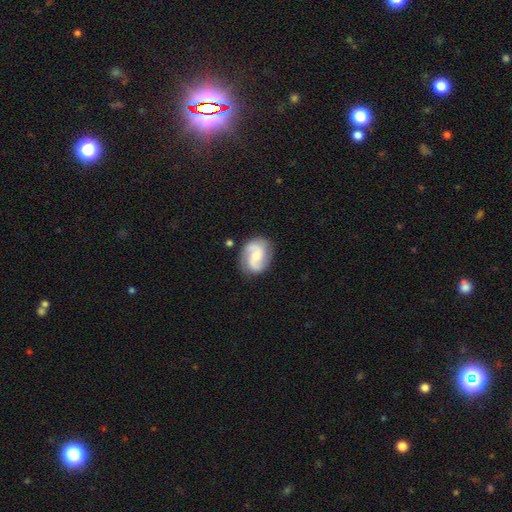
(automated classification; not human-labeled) This is likely a featured or disk galaxy (79%). It is clearly not viewed edge-on (98%). Bar: possibly no (54%). Spiral arm pattern: clearly yes (96%). Spiral arm count: clearly 2 (89%). Spiral winding: possibly medium (48%). Central bulge: possibly small (47%). Merging: clearly none (82%).